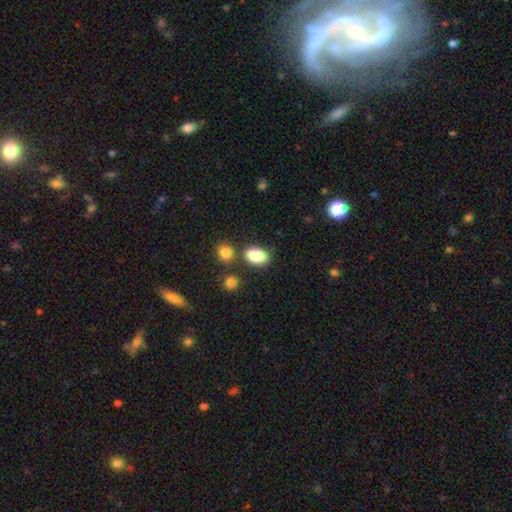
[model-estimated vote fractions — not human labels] Smooth or featured? smooth (86%)
How rounded? in between (89%)
Merging? none (73%)